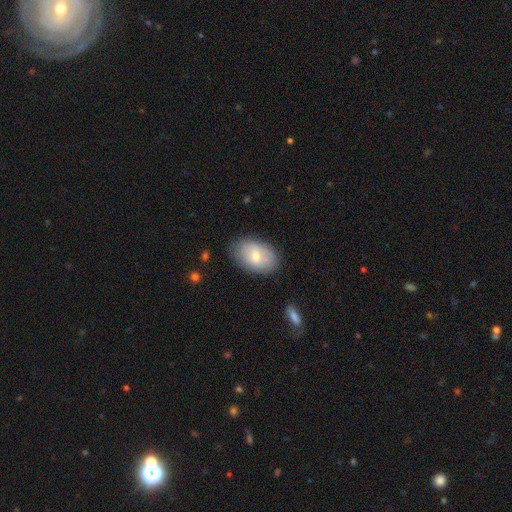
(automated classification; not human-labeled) smooth_or_featured: smooth (p=0.67) [alt: featured or disk p=0.26]
how_rounded: in between (p=0.89) [alt: round p=0.10]
merging: none (p=0.76) [alt: minor disturbance p=0.16]